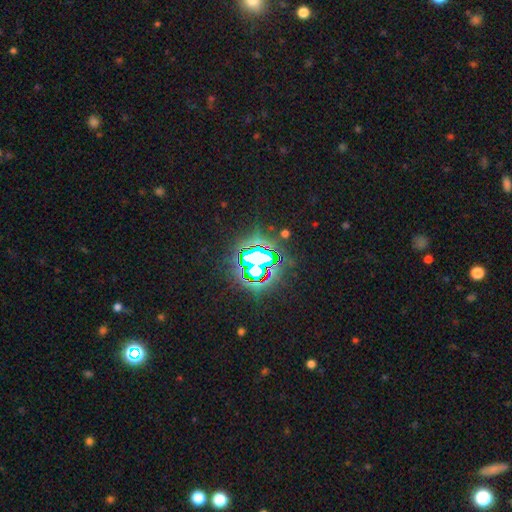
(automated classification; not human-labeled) The model was most divided on "smooth or featured": star or artifact: 78%, smooth: 12%, featured or disk: 11%.